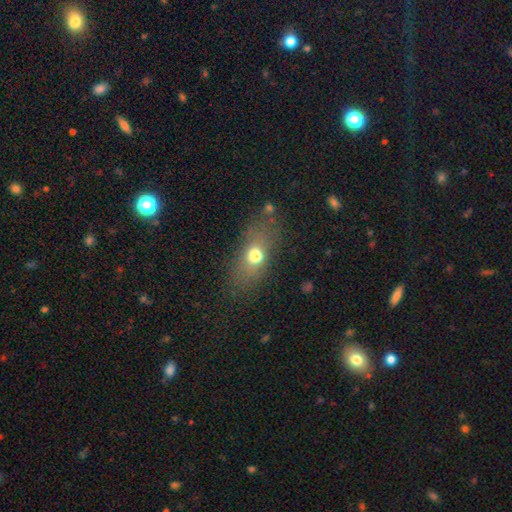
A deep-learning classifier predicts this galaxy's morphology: Smooth or featured? smooth (66%)
How rounded? in between (68%)
Merging? none (71%)